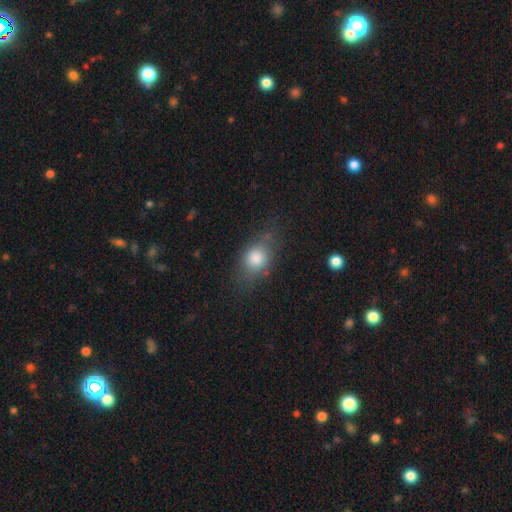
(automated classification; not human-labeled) smooth-or-featured: smooth: 76% | featured or disk: 14% | star or artifact: 10%
  how-rounded: in between: 63% | round: 32% | cigar-shaped: 5%
  merging: none: 70% | minor disturbance: 21% | major disturbance: 8% | merger: 2%